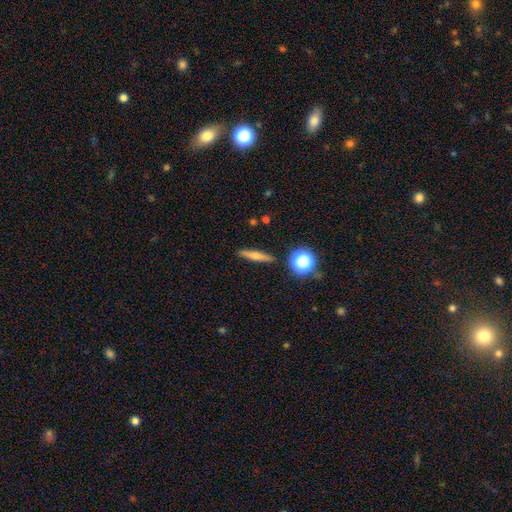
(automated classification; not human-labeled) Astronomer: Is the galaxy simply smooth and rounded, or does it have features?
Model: smooth — 59%.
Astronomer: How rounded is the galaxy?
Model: cigar-shaped — 80%.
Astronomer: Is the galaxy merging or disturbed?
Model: none — 89%.